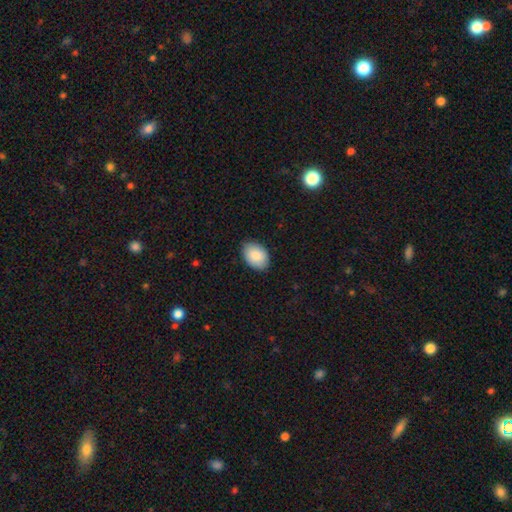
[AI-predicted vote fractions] smooth 86%, featured or disk 8%, star or artifact 6%. Down the decision tree: how rounded — in between (83%); merging — none (85%).